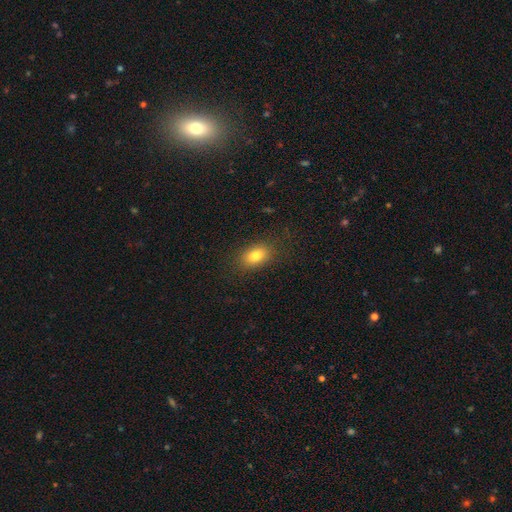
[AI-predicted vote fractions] smooth-or-featured: smooth: 79% | star or artifact: 10% | featured or disk: 10%
  how-rounded: in between: 82% | round: 16% | cigar-shaped: 2%
  merging: none: 85% | minor disturbance: 10% | major disturbance: 4% | merger: 1%